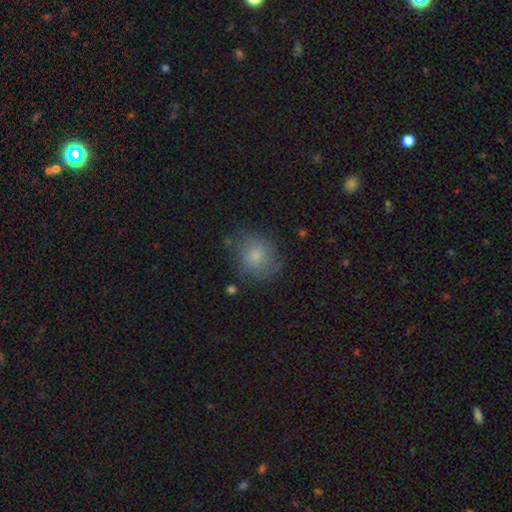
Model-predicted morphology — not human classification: A smooth galaxy with no disk features (69%) that is round (77%). Merging: none (67%).